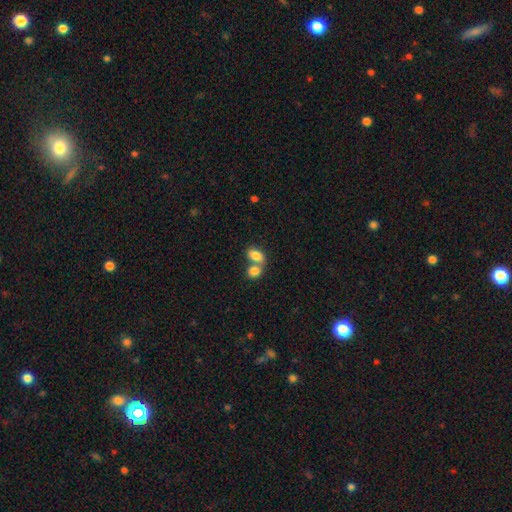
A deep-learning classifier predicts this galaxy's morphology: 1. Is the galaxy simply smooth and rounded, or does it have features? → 82% smooth, 10% featured or disk, 8% star or artifact.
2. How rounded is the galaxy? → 80% in between, 19% round, 2% cigar-shaped.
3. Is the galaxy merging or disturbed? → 61% merger, 29% none, 7% minor disturbance, 3% major disturbance.